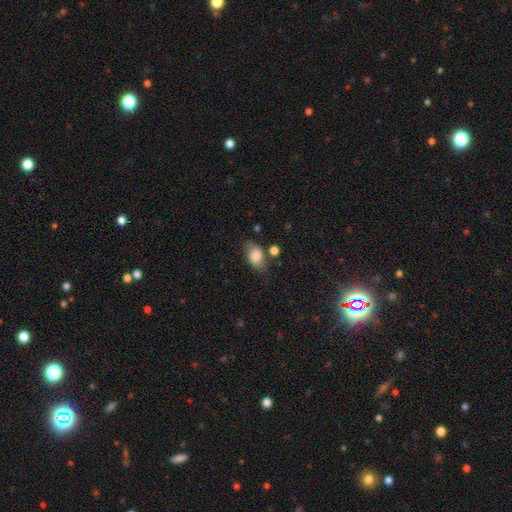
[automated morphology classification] The model was most divided on "merging": none: 64%, minor disturbance: 22%, major disturbance: 7%, merger: 7%. More confident: how rounded — in between (85%); smooth or featured — smooth (79%).